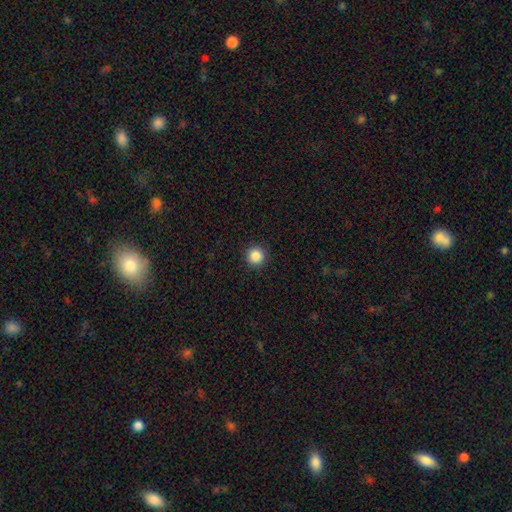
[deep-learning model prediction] Q: Smooth or featured?
A: smooth (87%); runner-up: star or artifact (10%)
Q: How rounded?
A: round (96%); runner-up: in between (3%)
Q: Merging?
A: none (92%); runner-up: minor disturbance (5%)